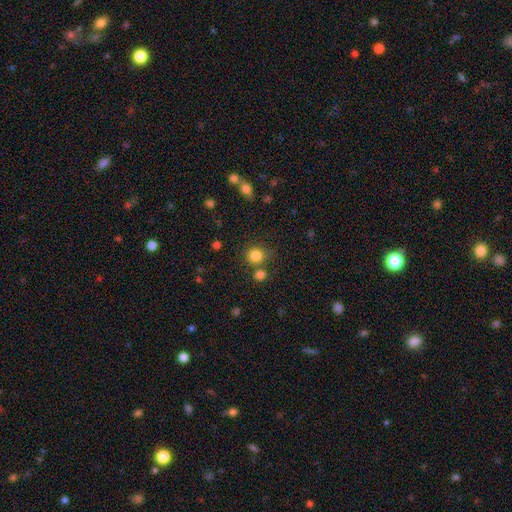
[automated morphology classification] smooth_or_featured: smooth (p=0.83) [alt: star or artifact p=0.12]
how_rounded: round (p=0.86) [alt: in between p=0.13]
merging: none (p=0.69) [alt: merger p=0.16]